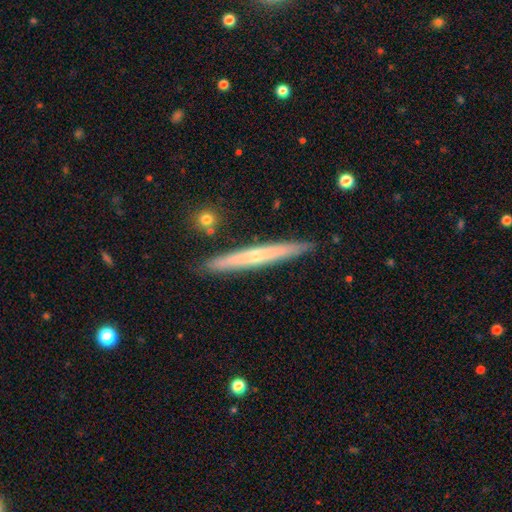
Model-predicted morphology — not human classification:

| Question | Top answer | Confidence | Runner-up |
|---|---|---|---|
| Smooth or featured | featured or disk | 59% | smooth (35%) |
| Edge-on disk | yes | 95% | no (5%) |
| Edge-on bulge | rounded | 51% | none (46%) |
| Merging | none | 90% | minor disturbance (8%) |